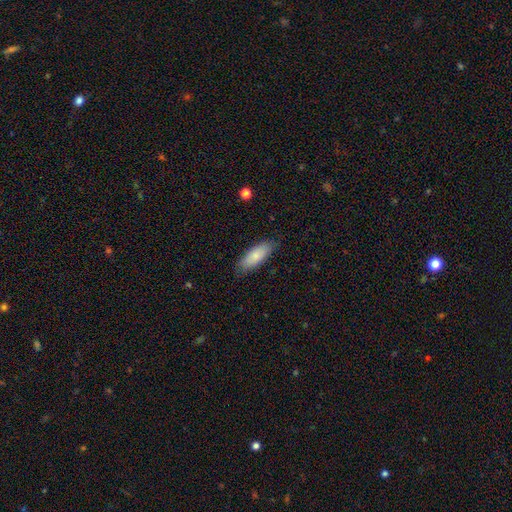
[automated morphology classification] smooth 83%, featured or disk 12%, star or artifact 6%. Down the decision tree: how rounded — in between (70%); merging — none (83%).